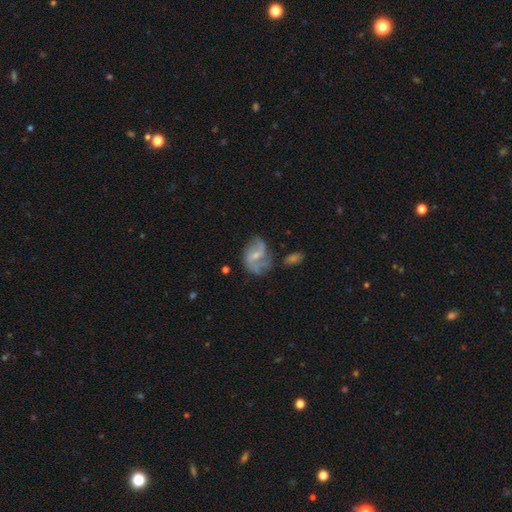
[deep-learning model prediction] This is likely a featured or disk galaxy (68%). It is clearly not viewed edge-on (97%). Bar: possibly weak (46%). Spiral arm pattern: clearly yes (81%). Spiral arm count: likely 2 (65%). Spiral winding: possibly loose (51%). Central bulge: likely small (60%). Merging: marginally none (43%).